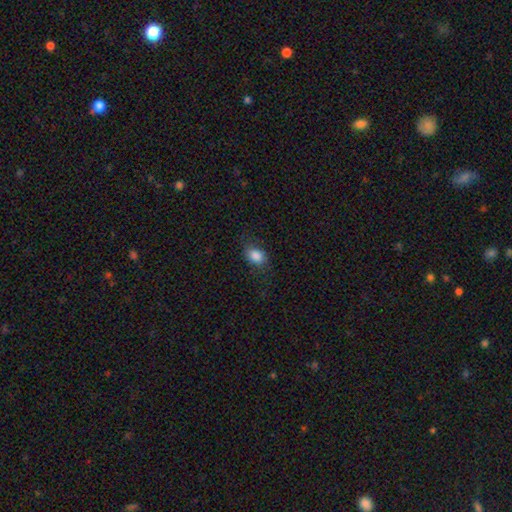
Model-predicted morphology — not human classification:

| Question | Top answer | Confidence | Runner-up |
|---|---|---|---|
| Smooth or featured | smooth | 86% | star or artifact (9%) |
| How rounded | in between | 71% | round (28%) |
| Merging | none | 75% | minor disturbance (17%) |